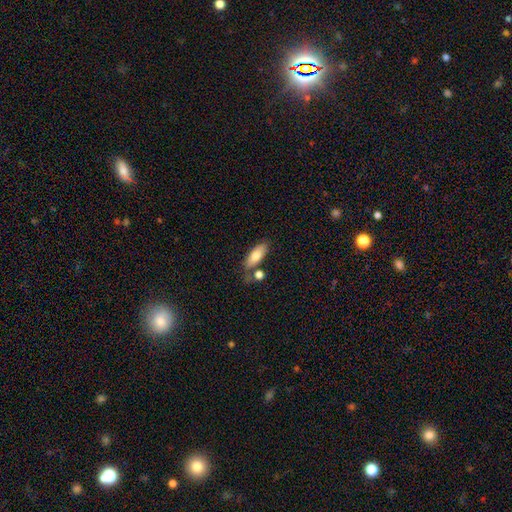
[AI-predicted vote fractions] The model was most divided on "merging": none: 61%, merger: 17%, minor disturbance: 16%, major disturbance: 5%. More confident: smooth or featured — smooth (78%); how rounded — in between (74%).